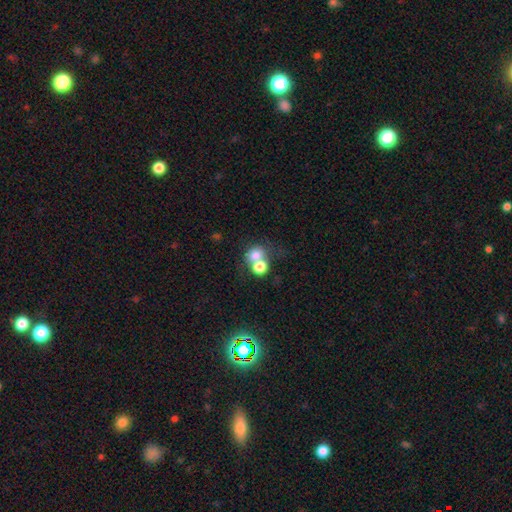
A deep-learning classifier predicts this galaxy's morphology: Smooth or featured?
  - smooth: 74% *
  - featured or disk: 14%
  - star or artifact: 12%
How rounded?
  - round: 69% *
  - in between: 30%
  - cigar-shaped: 1%
Merging?
  - merger: 57% *
  - none: 31%
  - minor disturbance: 7%
  - major disturbance: 5%